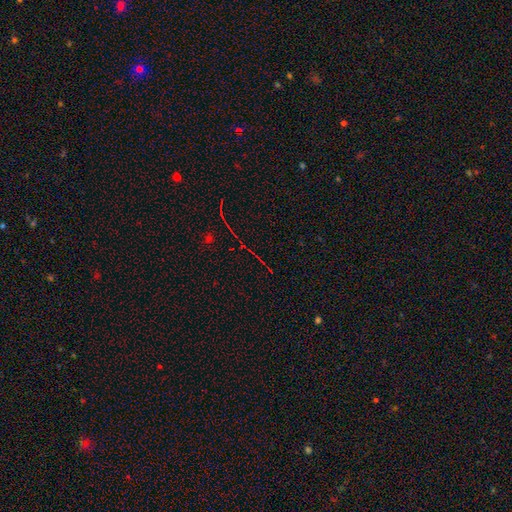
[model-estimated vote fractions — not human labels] Smooth or featured?
  - star or artifact: 76% *
  - featured or disk: 13%
  - smooth: 12%